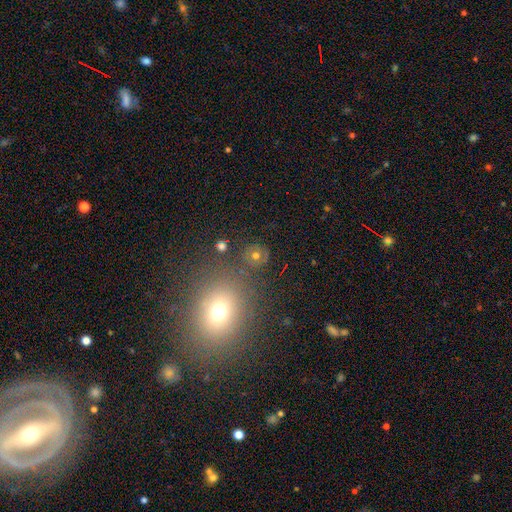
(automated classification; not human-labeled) The model was most divided on "smooth or featured": smooth: 60%, featured or disk: 21%, star or artifact: 18%. More confident: how rounded — round (88%); merging — none (81%).